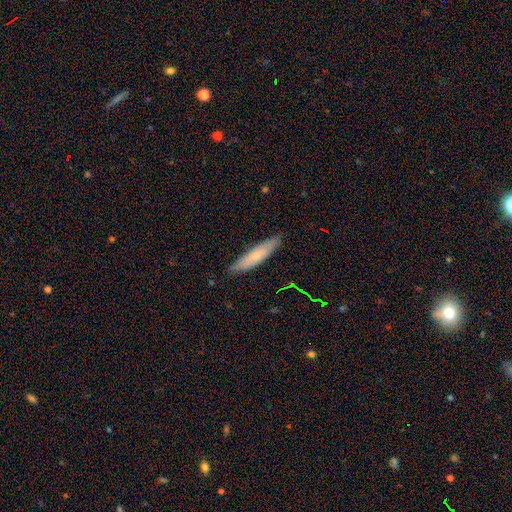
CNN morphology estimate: A smooth galaxy with no disk features (65%) that is cigar-shaped (80%). Merging: none (84%).